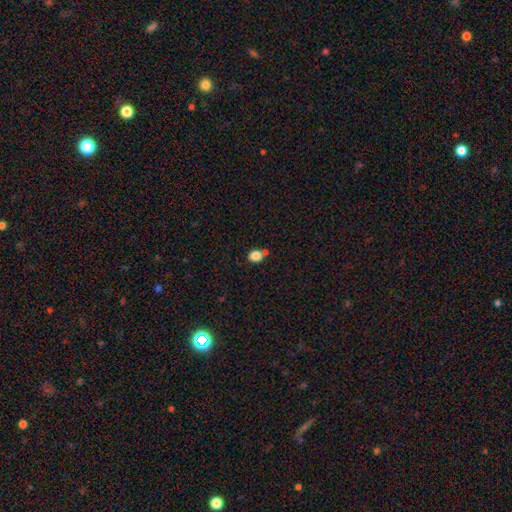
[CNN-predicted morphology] smooth-or-featured: smooth: 84% | star or artifact: 11% | featured or disk: 5%
  how-rounded: round: 64% | in between: 35% | cigar-shaped: 1%
  merging: none: 62% | merger: 21% | minor disturbance: 13% | major disturbance: 4%